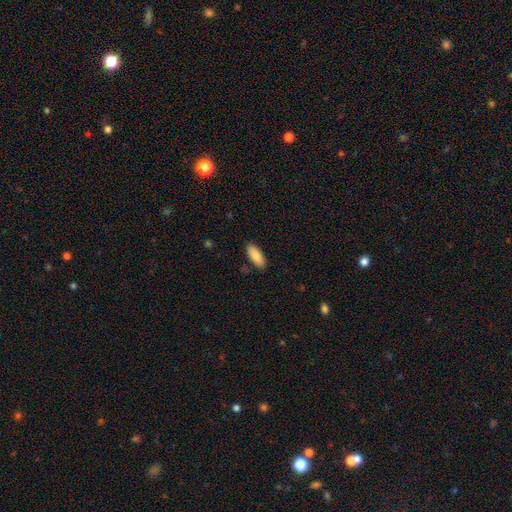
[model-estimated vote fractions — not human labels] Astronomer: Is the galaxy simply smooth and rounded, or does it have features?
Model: smooth — 86%.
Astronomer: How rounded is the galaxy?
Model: in between — 77%.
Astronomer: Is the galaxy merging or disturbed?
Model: none — 87%.